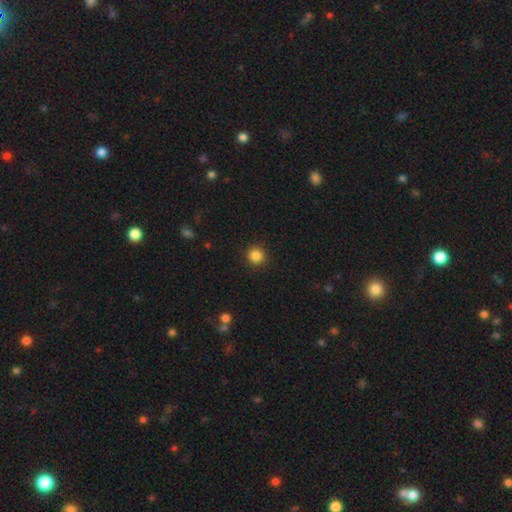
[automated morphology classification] Smooth or featured? Predicted: smooth (p=0.85). How rounded? Predicted: round (p=0.95). Merging? Predicted: none (p=0.92).